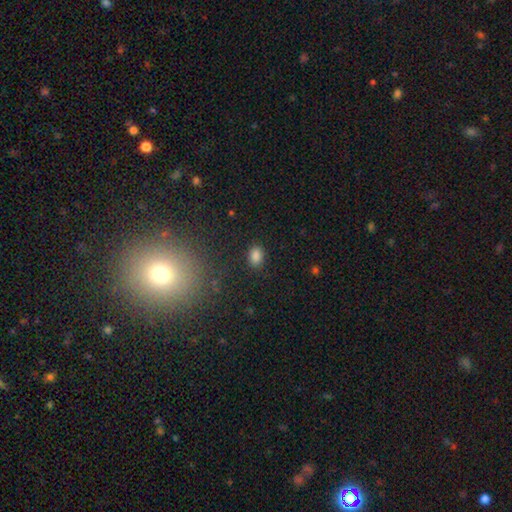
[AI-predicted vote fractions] A smooth galaxy with no disk features (84%) that is in between round and cigar-shaped (70%).

Vote fractions:
- Smooth or featured? smooth: 84% / star or artifact: 12% / featured or disk: 4%
- How rounded? in between: 70% / round: 29% / cigar-shaped: 1%
- Merging? none: 85% / minor disturbance: 11% / major disturbance: 3% / merger: 2%